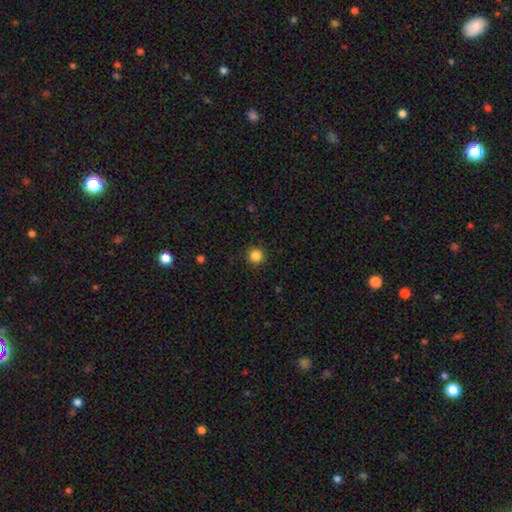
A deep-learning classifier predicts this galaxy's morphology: This is clearly a smooth galaxy (85%). How rounded: clearly round (95%). Merging: clearly none (91%).